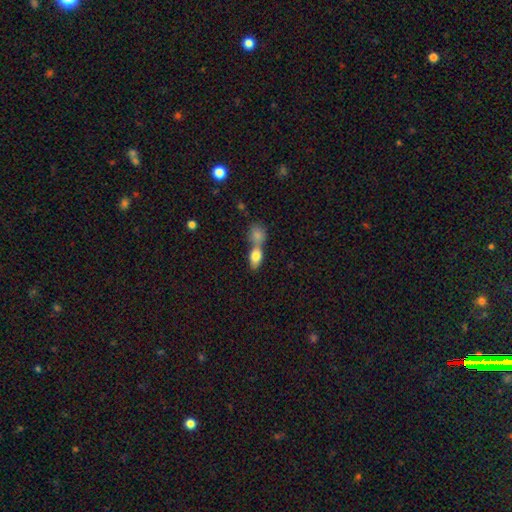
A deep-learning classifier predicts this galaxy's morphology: A smooth galaxy with no disk features (81%) that is in between round and cigar-shaped (81%). Merging: merger (66%).